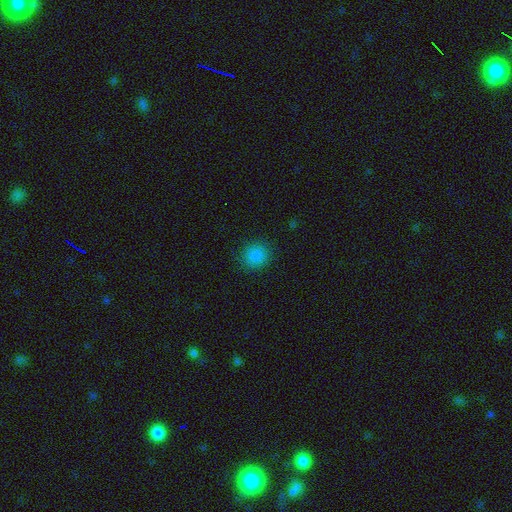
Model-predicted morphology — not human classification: Smooth or featured? smooth (85%)
How rounded? round (86%)
Merging? none (89%)